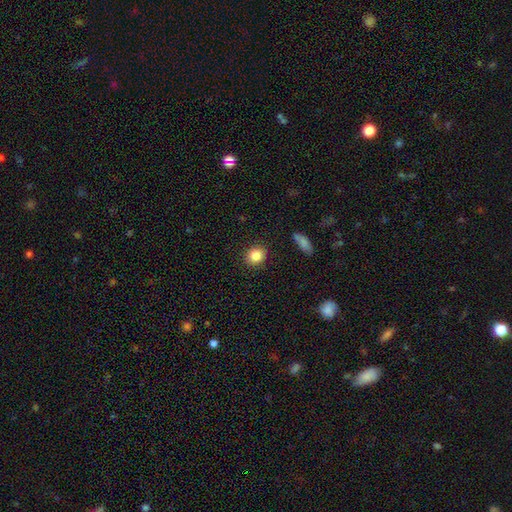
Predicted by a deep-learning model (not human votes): smooth-or-featured: smooth: 85% | star or artifact: 9% | featured or disk: 5%
  how-rounded: round: 79% | in between: 20% | cigar-shaped: 1%
  merging: none: 89% | minor disturbance: 7% | major disturbance: 2% | merger: 2%